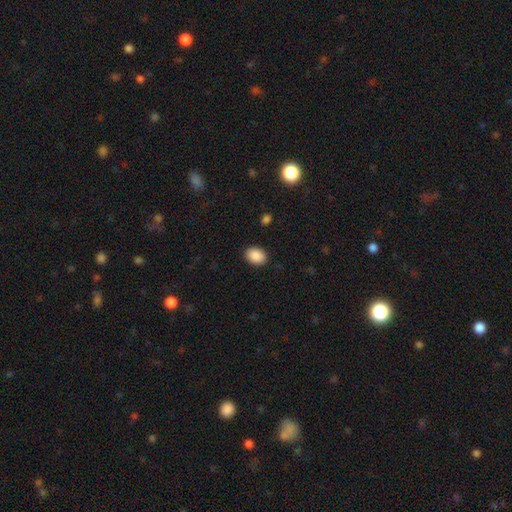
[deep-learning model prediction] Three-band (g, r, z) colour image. It shows a smooth galaxy with no disk features (90%) that is in between round and cigar-shaped (72%). Merging: none (89%).